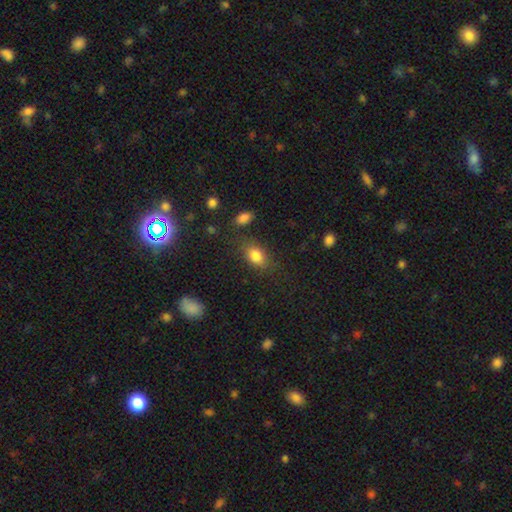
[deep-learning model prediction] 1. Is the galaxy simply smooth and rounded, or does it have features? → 82% smooth, 10% star or artifact, 8% featured or disk.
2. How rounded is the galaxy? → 79% in between, 18% round, 3% cigar-shaped.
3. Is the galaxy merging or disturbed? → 76% none, 15% minor disturbance, 5% major disturbance, 3% merger.